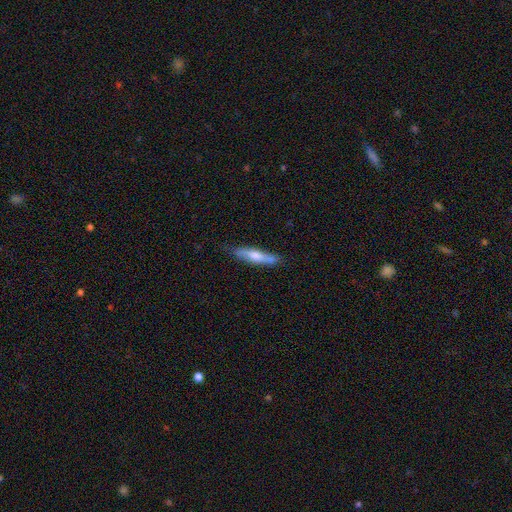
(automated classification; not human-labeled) Morphology: type=smooth (60%); roundness=cigar-shaped (84%); merging=none (75%).